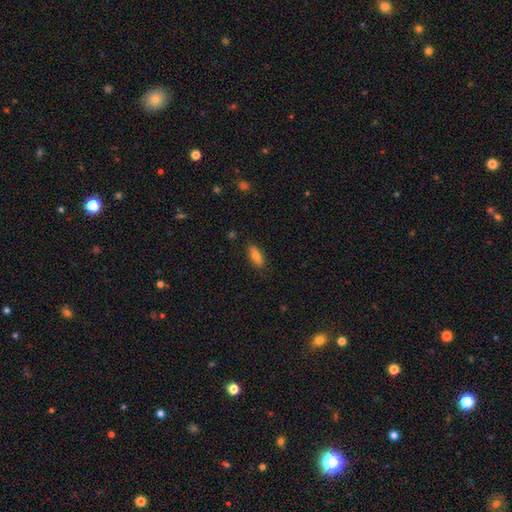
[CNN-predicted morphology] Smooth or featured: smooth — 78% (featured or disk — 15%)
How rounded: in between — 73% (cigar-shaped — 25%)
Merging: none — 86% (minor disturbance — 11%)